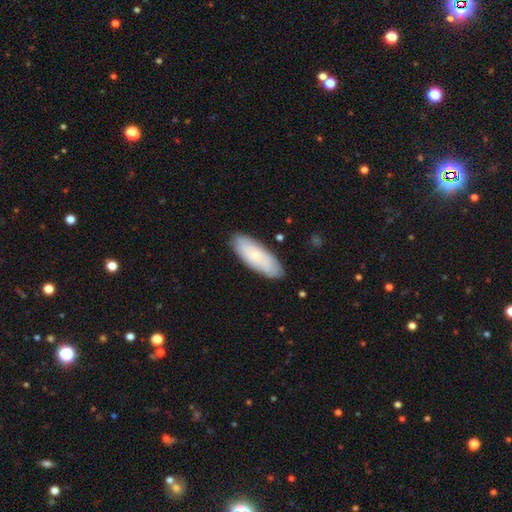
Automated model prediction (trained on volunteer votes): The model was most divided on "smooth or featured": smooth: 64%, featured or disk: 30%, star or artifact: 6%. More confident: merging — none (84%); how rounded — in between (70%).